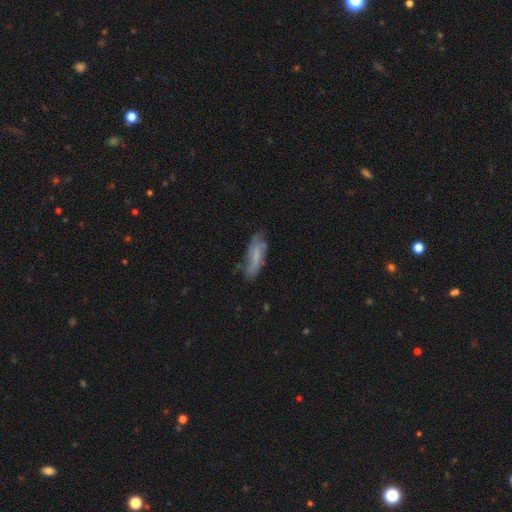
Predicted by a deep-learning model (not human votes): Smooth or featured: smooth — 46% (featured or disk — 45%)
Merging: none — 53% (minor disturbance — 30%)